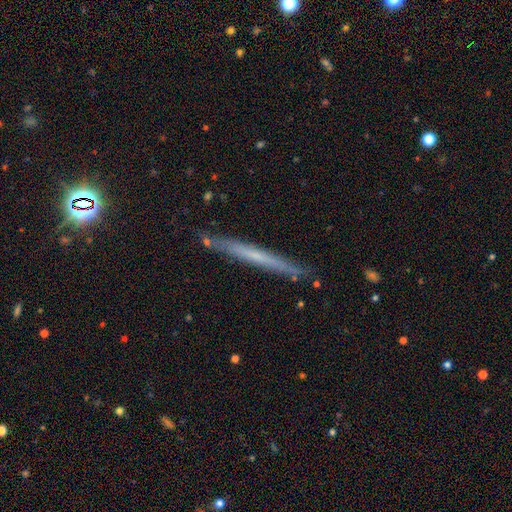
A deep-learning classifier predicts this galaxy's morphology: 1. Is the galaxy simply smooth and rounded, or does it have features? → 52% featured or disk, 38% smooth, 10% star or artifact.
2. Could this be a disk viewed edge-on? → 95% yes, 5% no.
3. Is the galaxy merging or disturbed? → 87% none, 10% minor disturbance, 2% major disturbance, 2% merger.